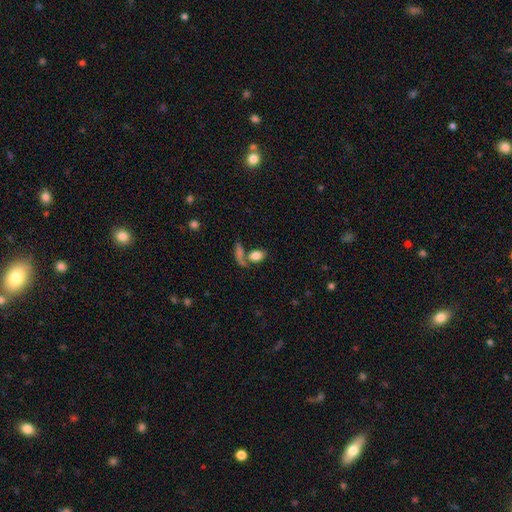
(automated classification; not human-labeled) smooth 79%, featured or disk 12%, star or artifact 9%. Down the decision tree: how rounded — in between (82%); merging — none (46%).